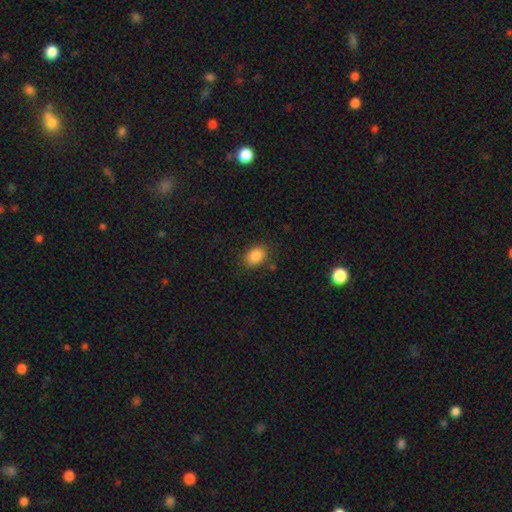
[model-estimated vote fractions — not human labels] A smooth galaxy with no disk features (86%) that is in between round and cigar-shaped (77%). Merging: none (82%).